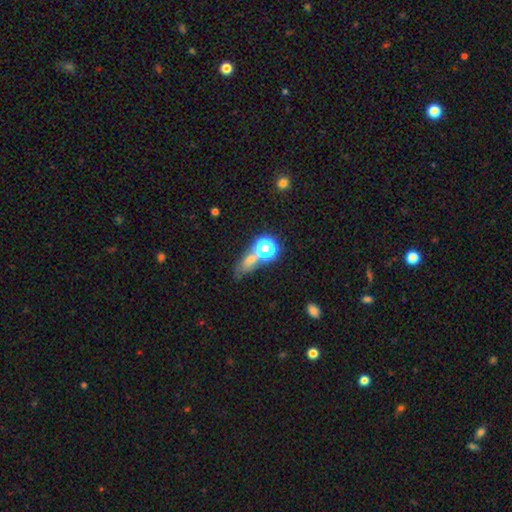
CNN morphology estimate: This appears to be a smooth galaxy with no disk features (53%) that is round (52%). Merging: none (45%).